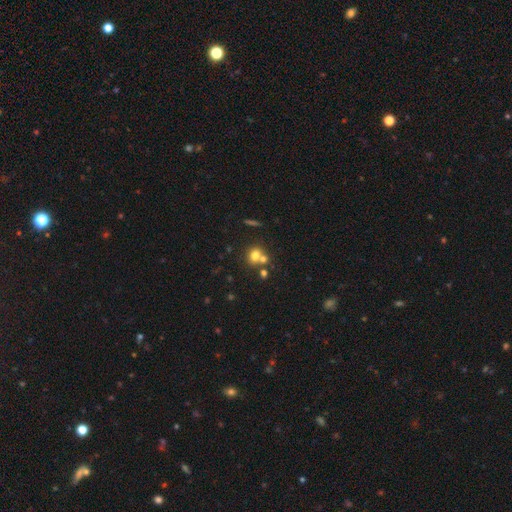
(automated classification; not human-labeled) smooth 72%, star or artifact 15%, featured or disk 13%. Down the decision tree: how rounded — round (75%); merging — none (51%).